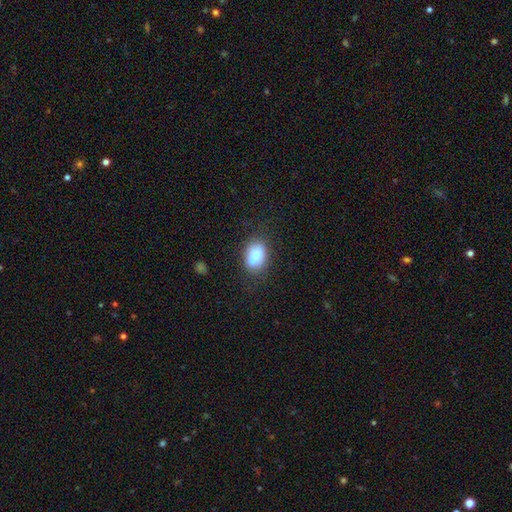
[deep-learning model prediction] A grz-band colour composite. It shows a smooth galaxy with no disk features (79%) that is in between round and cigar-shaped (76%). Merging: none (60%).